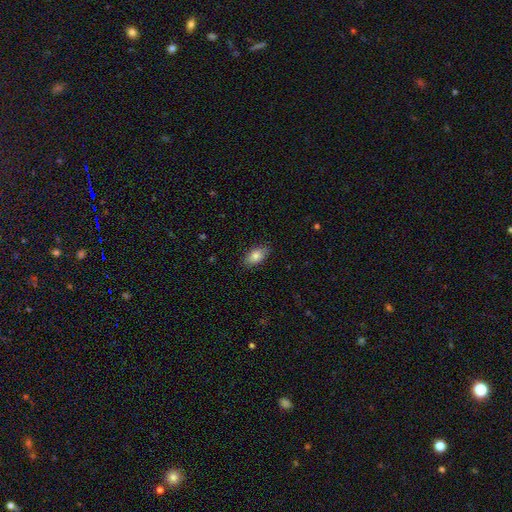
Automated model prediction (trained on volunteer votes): This appears to be a smooth galaxy with no disk features (84%) that is in between round and cigar-shaped (91%). Merging: none (87%).